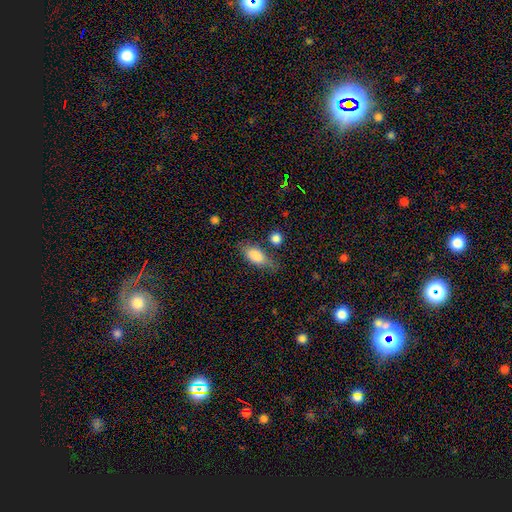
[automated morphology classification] This appears to be a smooth galaxy with no disk features (81%) that is in between round and cigar-shaped (83%). Merging: none (64%).